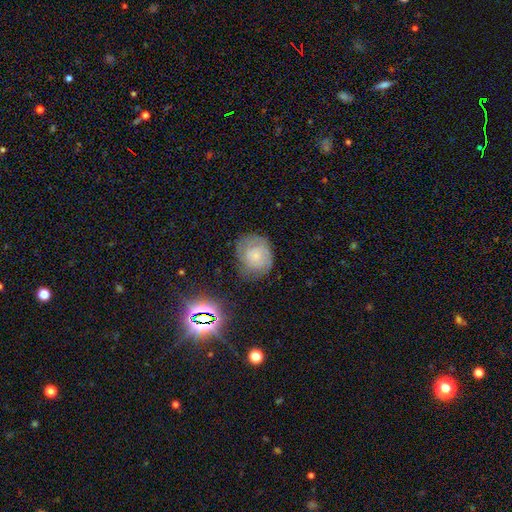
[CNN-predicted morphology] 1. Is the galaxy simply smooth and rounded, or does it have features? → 46% featured or disk, 44% smooth, 11% star or artifact.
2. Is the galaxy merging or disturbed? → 64% none, 24% minor disturbance, 11% major disturbance, 2% merger.